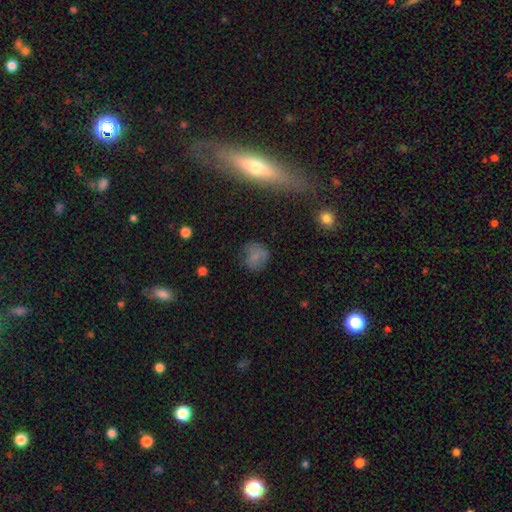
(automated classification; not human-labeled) smooth_or_featured: smooth (p=0.71) [alt: featured or disk p=0.15]
how_rounded: round (p=0.80) [alt: in between p=0.18]
merging: none (p=0.68) [alt: minor disturbance p=0.22]